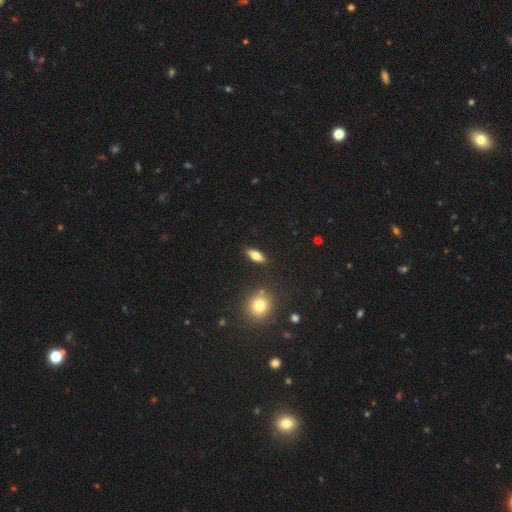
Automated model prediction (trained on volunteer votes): Morphology: type=smooth (67%); roundness=in between (71%); merging=none (87%).